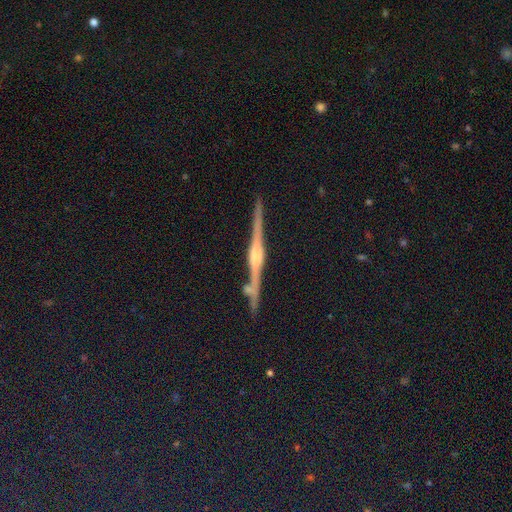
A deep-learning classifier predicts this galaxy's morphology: A featured or disk galaxy (62%) viewed edge-on (93%) with a rounded central bulge (72%). Merging: none (86%).